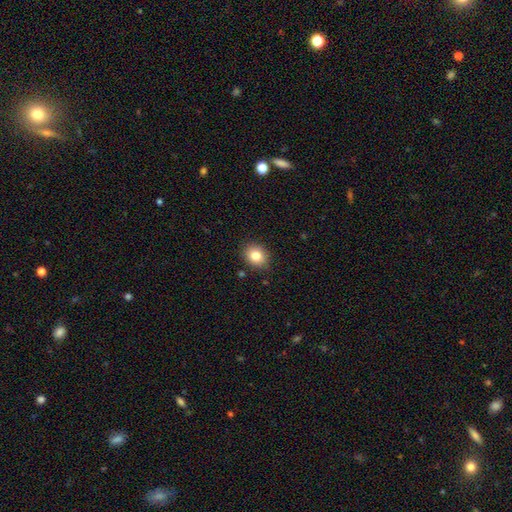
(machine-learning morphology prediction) Smooth or featured?
  - smooth: 82% *
  - star or artifact: 10%
  - featured or disk: 8%
How rounded?
  - round: 61% *
  - in between: 38%
  - cigar-shaped: 1%
Merging?
  - none: 87% *
  - minor disturbance: 9%
  - major disturbance: 2%
  - merger: 1%